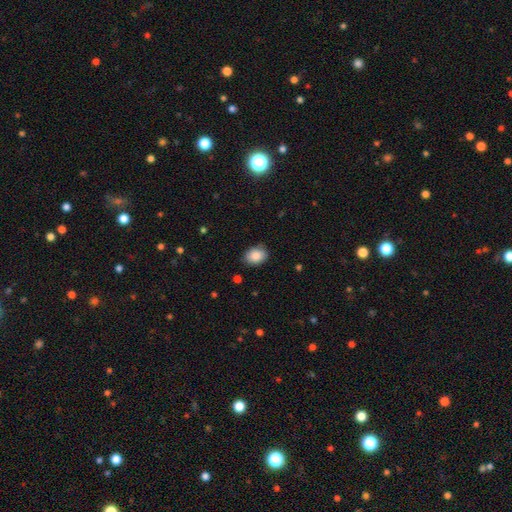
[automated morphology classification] A smooth galaxy with no disk features (87%) that is in between round and cigar-shaped (72%). Merging: none (82%).